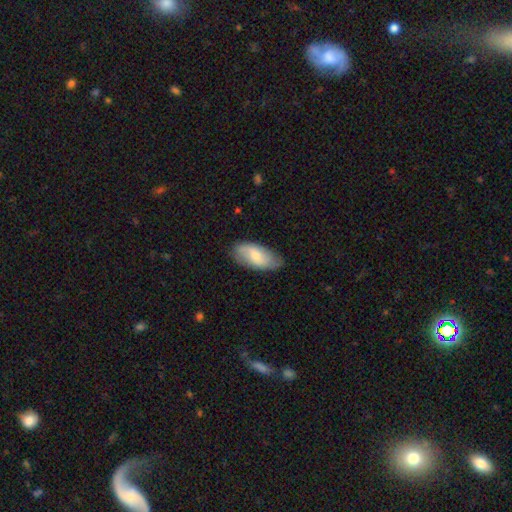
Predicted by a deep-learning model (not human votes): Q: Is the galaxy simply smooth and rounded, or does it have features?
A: smooth — 60%.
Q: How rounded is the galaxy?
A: in between — 92%.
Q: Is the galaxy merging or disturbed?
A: none — 74%.